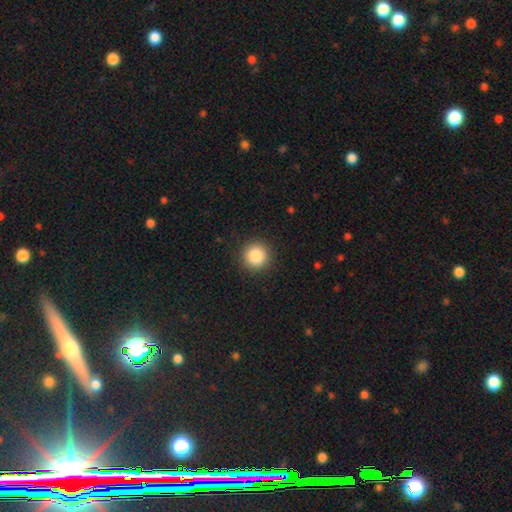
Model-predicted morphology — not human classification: Smooth or featured?
  - smooth: 86% *
  - star or artifact: 9%
  - featured or disk: 5%
How rounded?
  - round: 95% *
  - in between: 4%
  - cigar-shaped: 1%
Merging?
  - none: 91% *
  - minor disturbance: 6%
  - major disturbance: 2%
  - merger: 1%